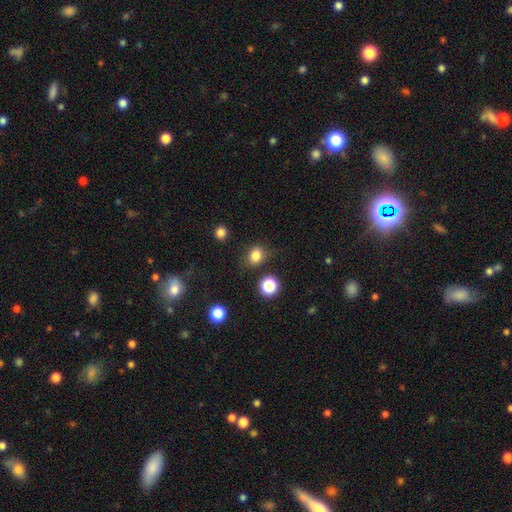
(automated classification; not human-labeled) Smooth or featured? smooth (82%)
How rounded? round (56%)
Merging? none (76%)